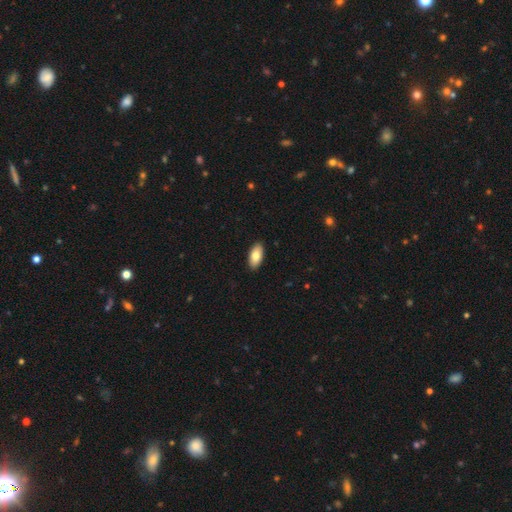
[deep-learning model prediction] smooth-or-featured: smooth: 81% | featured or disk: 13% | star or artifact: 6%
  how-rounded: in between: 92% | cigar-shaped: 6% | round: 2%
  merging: none: 90% | minor disturbance: 7% | major disturbance: 2% | merger: 1%